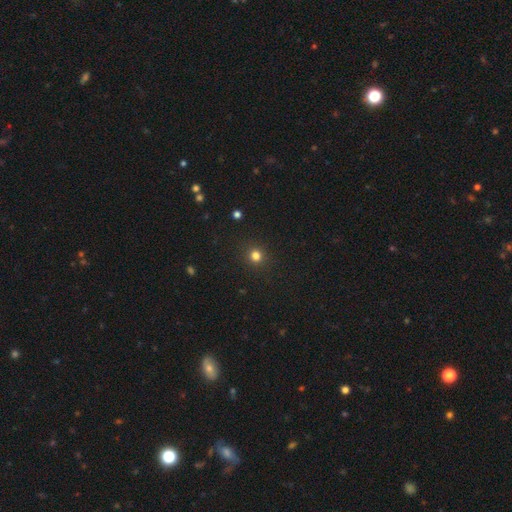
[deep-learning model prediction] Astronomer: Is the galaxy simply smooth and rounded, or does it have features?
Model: smooth — 79%.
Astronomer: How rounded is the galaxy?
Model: round — 92%.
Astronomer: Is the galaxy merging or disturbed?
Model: none — 91%.